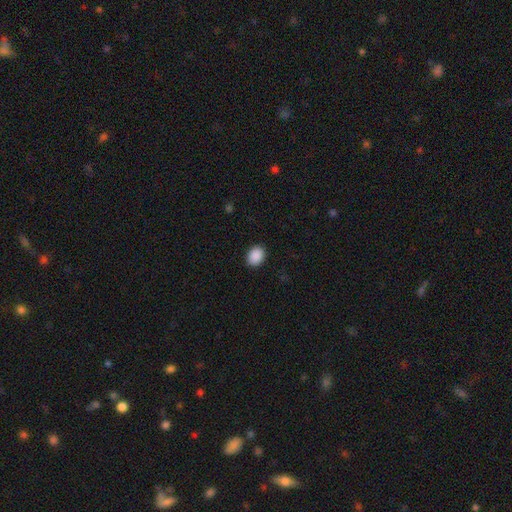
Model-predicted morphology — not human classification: This is clearly a smooth galaxy (90%). How rounded: likely in between (68%). Merging: clearly none (90%).